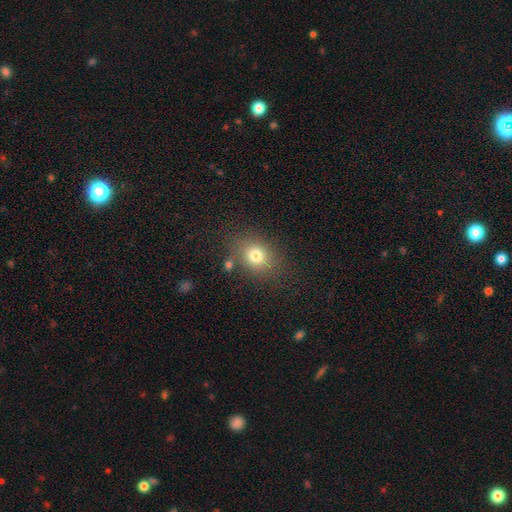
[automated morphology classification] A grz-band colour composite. It shows a smooth galaxy with no disk features (77%) that is round (60%). Merging: none (76%).